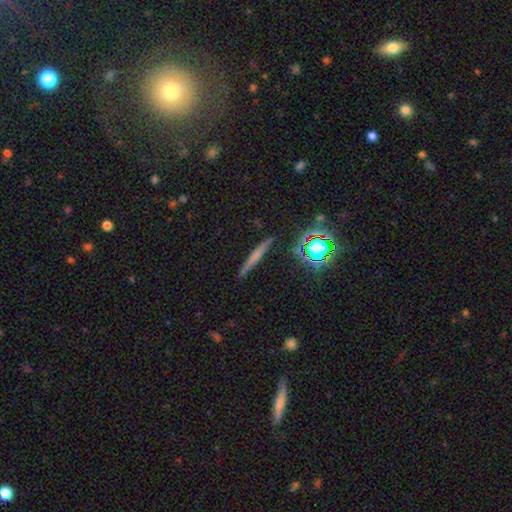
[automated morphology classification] A smooth galaxy with no disk features (44%).

Vote fractions:
- Smooth or featured? smooth: 44% / featured or disk: 41% / star or artifact: 15%
- Merging? none: 88% / minor disturbance: 8% / major disturbance: 2% / merger: 2%